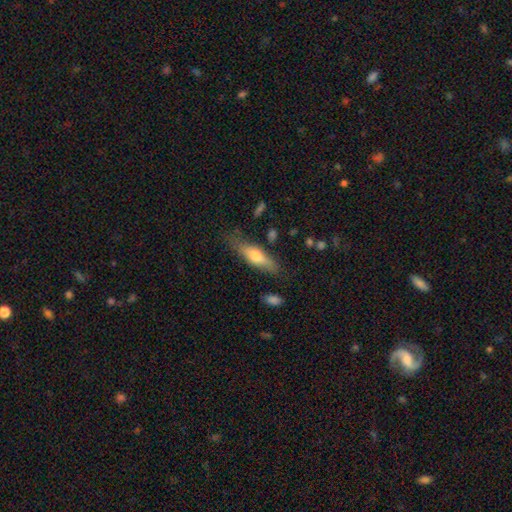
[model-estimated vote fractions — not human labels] Smooth or featured?
  - smooth: 60% *
  - featured or disk: 34%
  - star or artifact: 6%
How rounded?
  - cigar-shaped: 63% *
  - in between: 35%
  - round: 2%
Merging?
  - none: 71% *
  - minor disturbance: 20%
  - major disturbance: 6%
  - merger: 3%